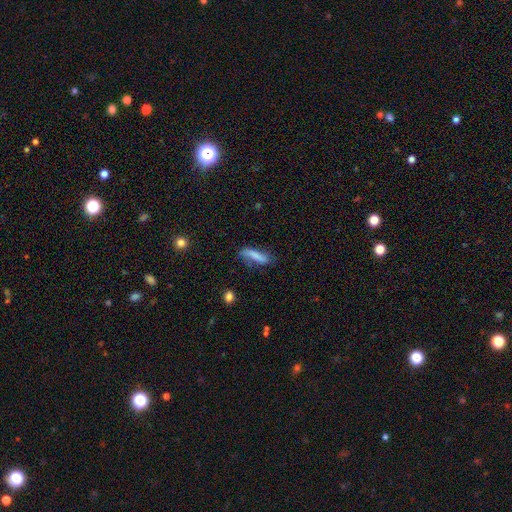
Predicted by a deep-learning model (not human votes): Q: Smooth or featured?
A: smooth (70%); runner-up: featured or disk (22%)
Q: How rounded?
A: cigar-shaped (66%); runner-up: in between (32%)
Q: Merging?
A: none (55%); runner-up: minor disturbance (29%)